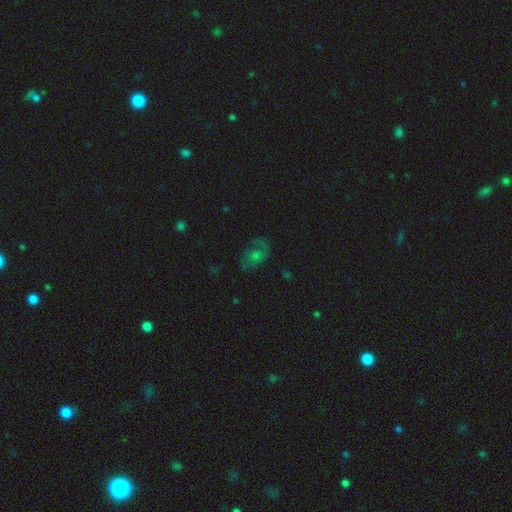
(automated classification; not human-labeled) featured or disk 50%, smooth 27%, star or artifact 23%. Down the decision tree: edge-on disk — no (96%); merging — none (64%).